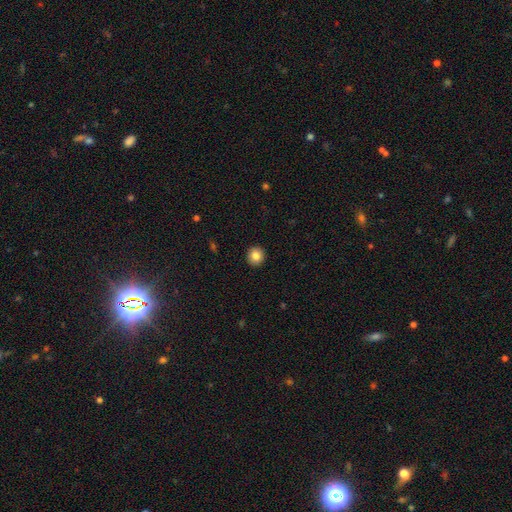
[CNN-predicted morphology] This appears to be a smooth galaxy with no disk features (84%) that is round (92%). Merging: none (93%).